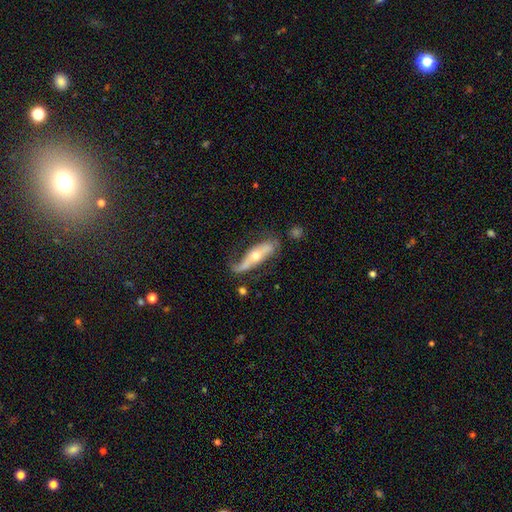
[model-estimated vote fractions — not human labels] A featured or disk galaxy (66%). Merging: none (53%).